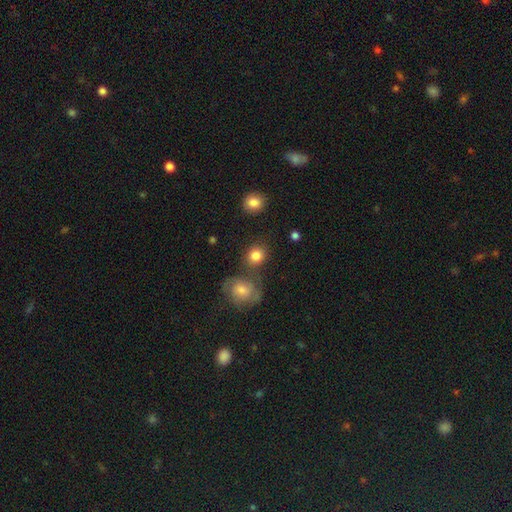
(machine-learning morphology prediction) A smooth galaxy with no disk features (84%) that is round (80%).

Vote fractions:
- Smooth or featured? smooth: 84% / star or artifact: 8% / featured or disk: 8%
- How rounded? round: 80% / in between: 19% / cigar-shaped: 1%
- Merging? none: 69% / merger: 16% / minor disturbance: 11% / major disturbance: 4%